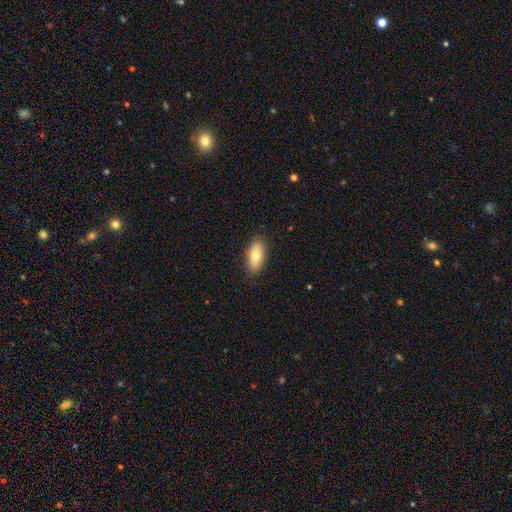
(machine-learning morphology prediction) smooth_or_featured: smooth (p=0.77) [alt: featured or disk p=0.17]
how_rounded: in between (p=0.88) [alt: cigar-shaped p=0.08]
merging: none (p=0.88) [alt: minor disturbance p=0.09]